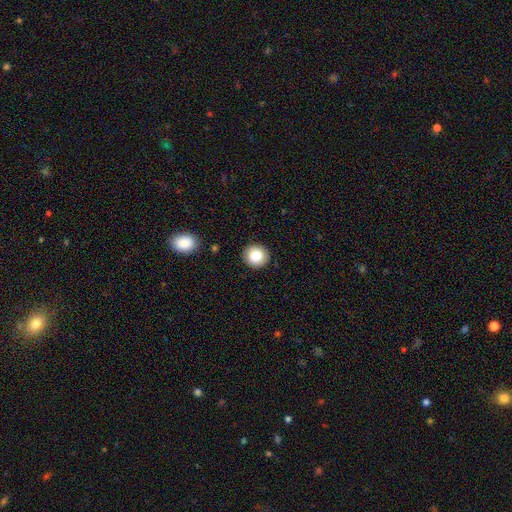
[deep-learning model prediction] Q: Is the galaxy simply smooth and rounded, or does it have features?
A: smooth — 82%.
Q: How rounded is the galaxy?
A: round — 92%.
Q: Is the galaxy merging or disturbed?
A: none — 91%.